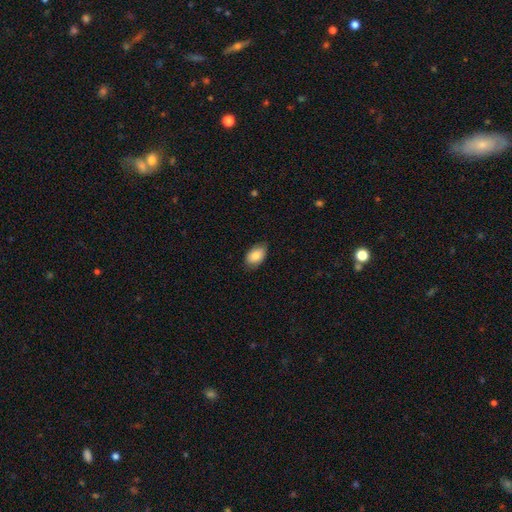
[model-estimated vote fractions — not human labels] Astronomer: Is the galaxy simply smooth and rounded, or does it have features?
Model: smooth — 82%.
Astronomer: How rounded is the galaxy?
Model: in between — 92%.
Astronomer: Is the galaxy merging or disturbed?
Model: none — 77%.